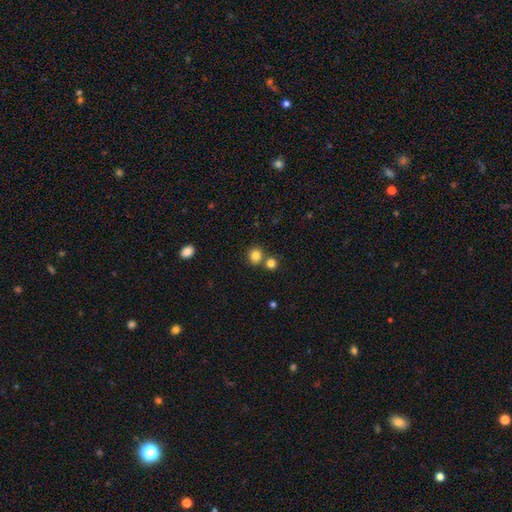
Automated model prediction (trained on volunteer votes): This appears to be a smooth galaxy with no disk features (83%) that is round (88%). Merging: none (70%).